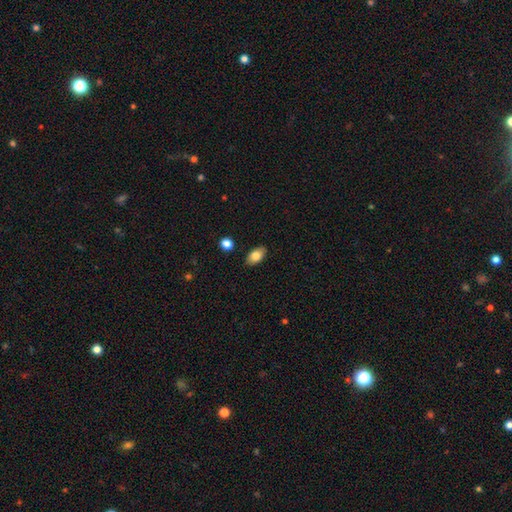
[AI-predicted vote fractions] This is clearly a smooth galaxy (82%). How rounded: clearly in between (91%). Merging: clearly none (87%).